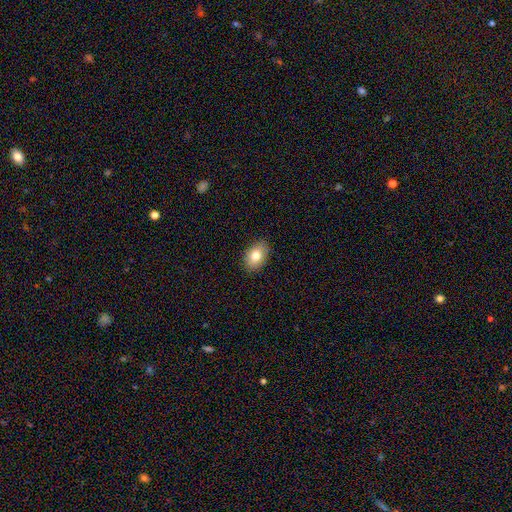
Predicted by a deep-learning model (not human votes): smooth 80%, featured or disk 12%, star or artifact 8%. Down the decision tree: how rounded — in between (83%); merging — none (88%).